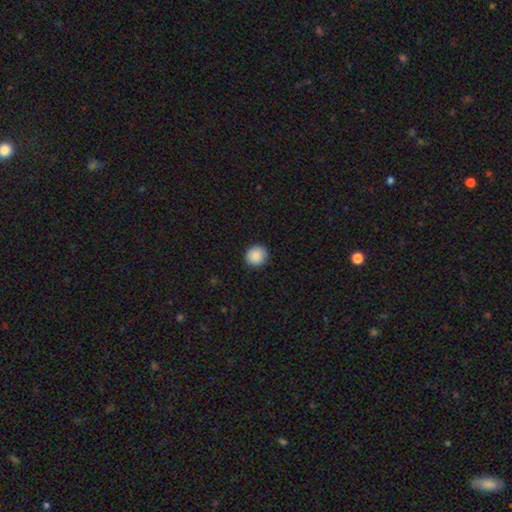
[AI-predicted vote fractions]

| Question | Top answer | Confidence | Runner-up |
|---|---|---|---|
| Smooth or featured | smooth | 88% | star or artifact (8%) |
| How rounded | round | 93% | in between (6%) |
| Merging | none | 92% | minor disturbance (6%) |